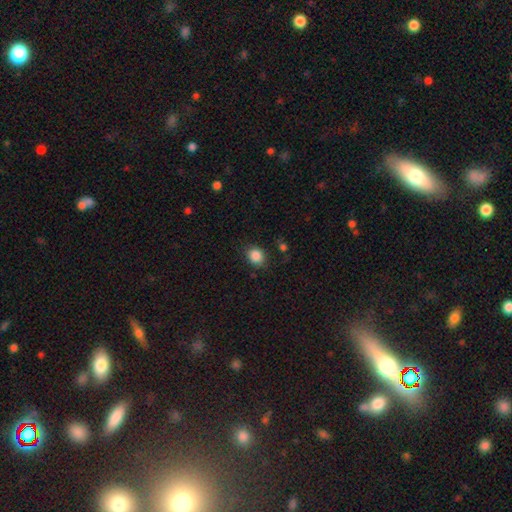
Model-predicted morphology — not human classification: type=smooth (86%); roundness=round (61%); merging=none (82%).